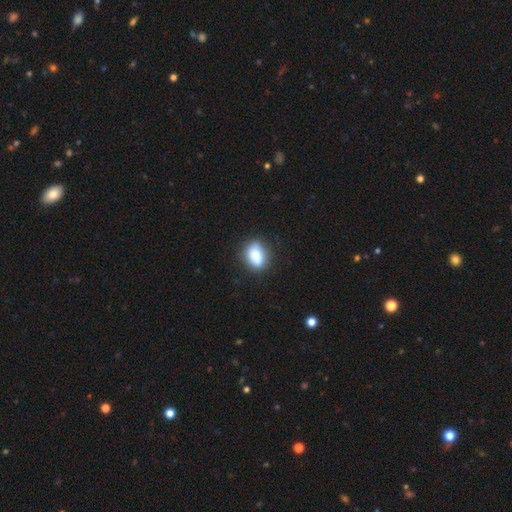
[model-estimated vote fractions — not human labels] Smooth or featured: smooth — 84% (featured or disk — 8%)
How rounded: in between — 79% (round — 17%)
Merging: none — 81% (minor disturbance — 15%)